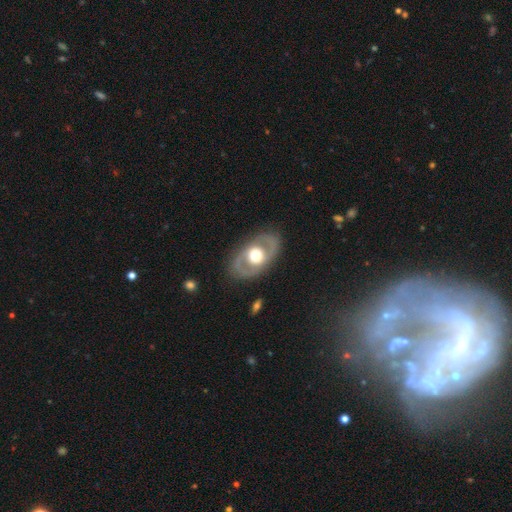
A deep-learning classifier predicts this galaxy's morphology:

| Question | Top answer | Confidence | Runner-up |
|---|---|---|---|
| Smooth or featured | featured or disk | 72% | smooth (24%) |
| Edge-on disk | no | 92% | yes (8%) |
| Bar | no | 75% | weak (18%) |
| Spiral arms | no | 56% | yes (44%) |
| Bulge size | moderate | 57% | large (36%) |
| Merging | none | 84% | minor disturbance (10%) |